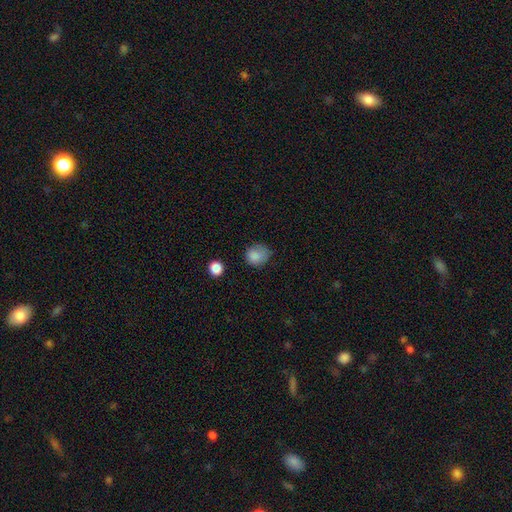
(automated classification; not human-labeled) Q: Smooth or featured?
A: smooth (84%); runner-up: star or artifact (10%)
Q: How rounded?
A: round (72%); runner-up: in between (28%)
Q: Merging?
A: none (58%); runner-up: minor disturbance (30%)